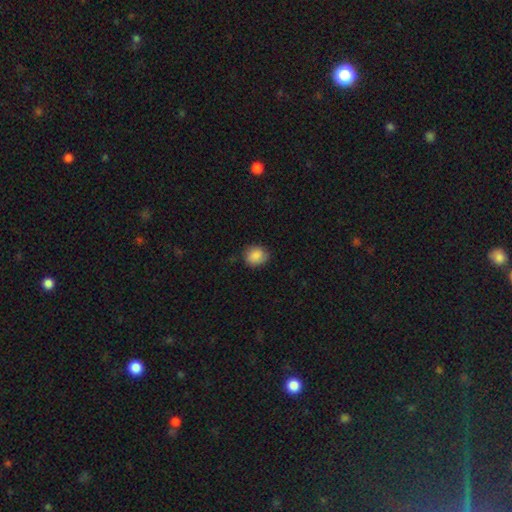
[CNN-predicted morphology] Q: Smooth or featured?
A: smooth (85%); runner-up: star or artifact (8%)
Q: How rounded?
A: round (69%); runner-up: in between (30%)
Q: Merging?
A: none (75%); runner-up: minor disturbance (20%)